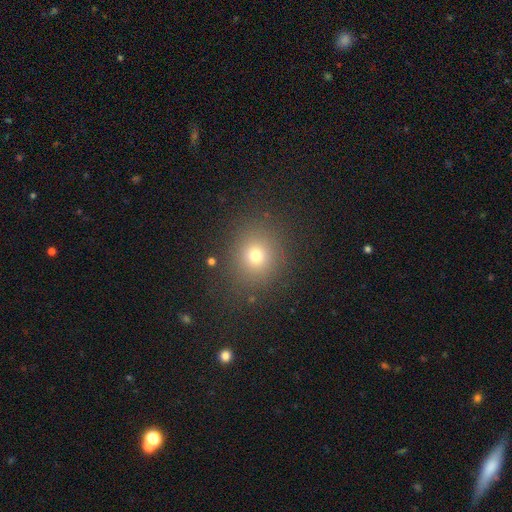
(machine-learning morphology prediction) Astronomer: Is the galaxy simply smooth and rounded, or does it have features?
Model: smooth — 72%.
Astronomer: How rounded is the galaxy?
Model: round — 79%.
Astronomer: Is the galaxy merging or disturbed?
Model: none — 85%.